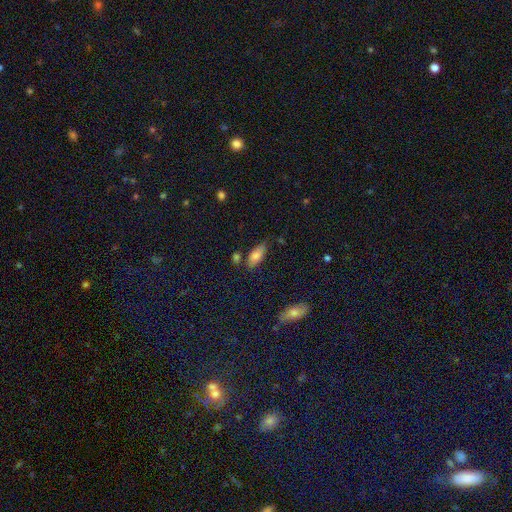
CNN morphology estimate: Smooth or featured? smooth (77%)
How rounded? in between (82%)
Merging? none (72%)